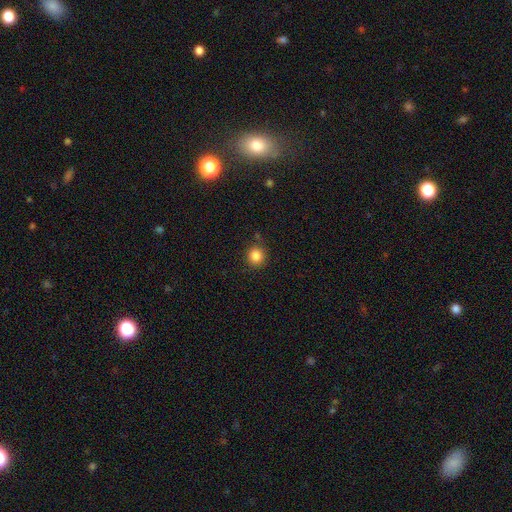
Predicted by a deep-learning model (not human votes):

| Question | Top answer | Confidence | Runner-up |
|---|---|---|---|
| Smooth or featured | smooth | 85% | star or artifact (11%) |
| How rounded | round | 91% | in between (8%) |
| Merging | none | 84% | minor disturbance (10%) |